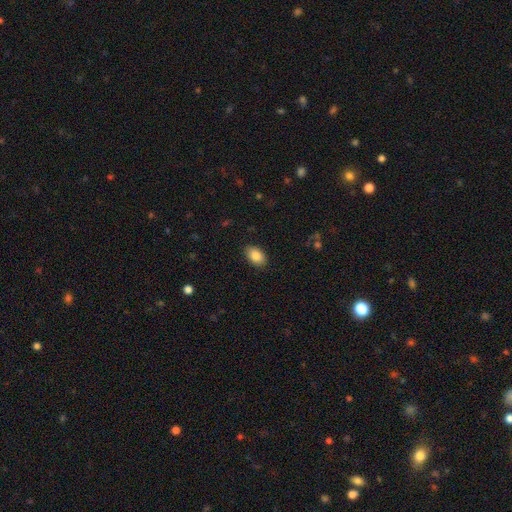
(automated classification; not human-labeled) Smooth or featured: smooth — 87% (star or artifact — 7%)
How rounded: in between — 89% (round — 9%)
Merging: none — 88% (minor disturbance — 9%)